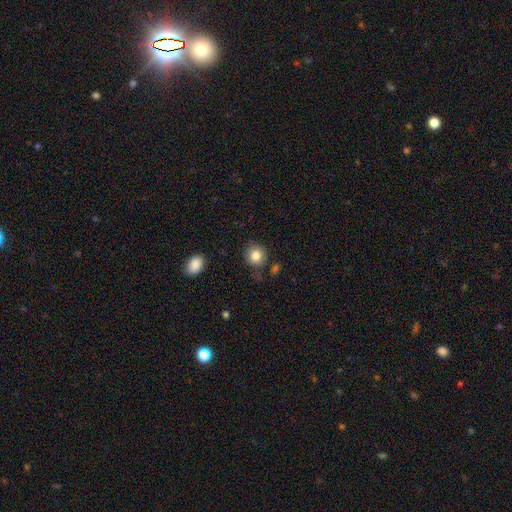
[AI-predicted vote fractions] A smooth galaxy with no disk features (84%) that is round (87%).

Vote fractions:
- Smooth or featured? smooth: 84% / star or artifact: 9% / featured or disk: 7%
- How rounded? round: 87% / in between: 12% / cigar-shaped: 1%
- Merging? none: 80% / minor disturbance: 13% / major disturbance: 4% / merger: 4%